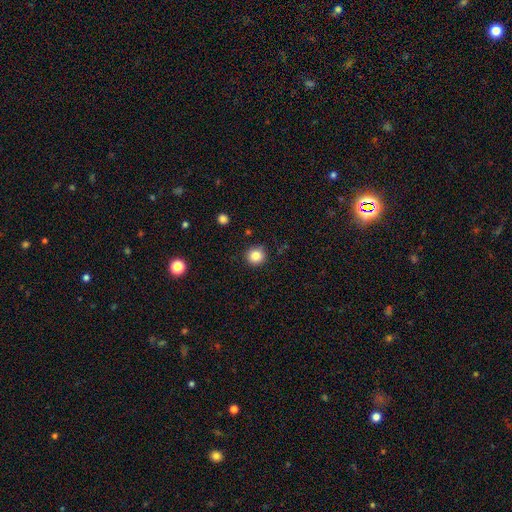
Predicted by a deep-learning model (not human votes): Q: Smooth or featured?
A: smooth (83%); runner-up: star or artifact (11%)
Q: How rounded?
A: round (93%); runner-up: in between (6%)
Q: Merging?
A: none (90%); runner-up: minor disturbance (7%)